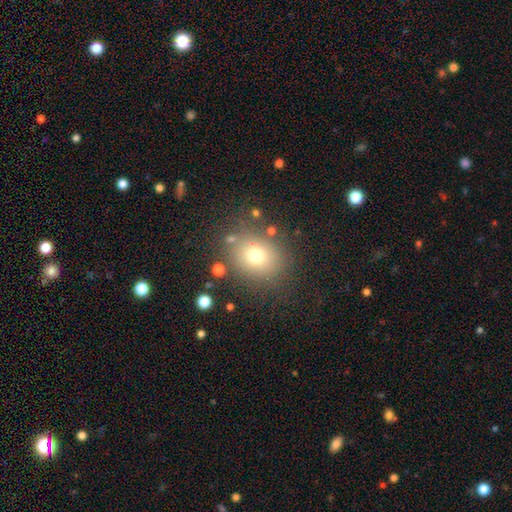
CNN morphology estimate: A smooth galaxy with no disk features (73%) that is round (64%).

Vote fractions:
- Smooth or featured? smooth: 73% / star or artifact: 15% / featured or disk: 12%
- How rounded? round: 64% / in between: 35% / cigar-shaped: 1%
- Merging? none: 77% / minor disturbance: 12% / major disturbance: 6% / merger: 4%